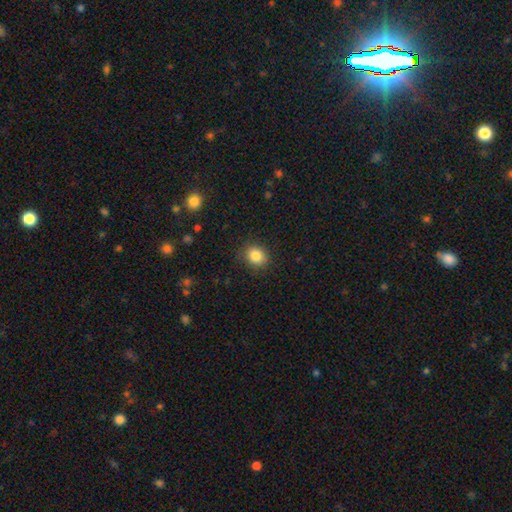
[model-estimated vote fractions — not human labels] Smooth or featured: smooth — 84% (star or artifact — 10%)
How rounded: round — 71% (in between — 28%)
Merging: none — 87% (minor disturbance — 10%)